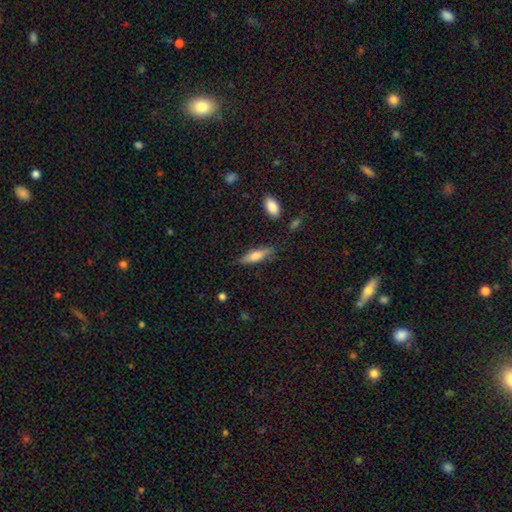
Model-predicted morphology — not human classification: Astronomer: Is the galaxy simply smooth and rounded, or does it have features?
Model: smooth — 65%.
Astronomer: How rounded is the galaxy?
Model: cigar-shaped — 56% (runner-up: in between, 42%).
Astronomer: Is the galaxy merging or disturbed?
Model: none — 78%.